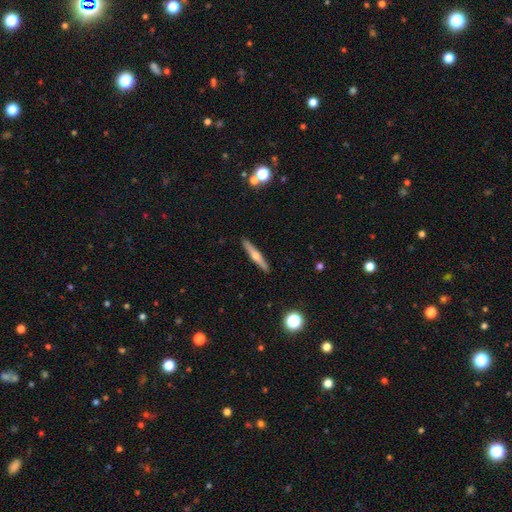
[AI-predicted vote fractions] Overall: featured or disk (56%; smooth 37%). Edge-on disk: yes (96%). Edge-on bulge: rounded (88%). Merging: none (91%).